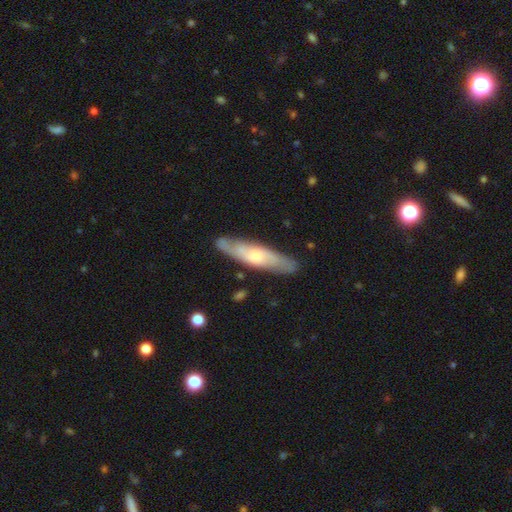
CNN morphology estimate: Q: Smooth or featured?
A: featured or disk (58%); runner-up: smooth (37%)
Q: Edge-on disk?
A: no (51%); runner-up: yes (49%)
Q: Merging?
A: none (84%); runner-up: minor disturbance (12%)